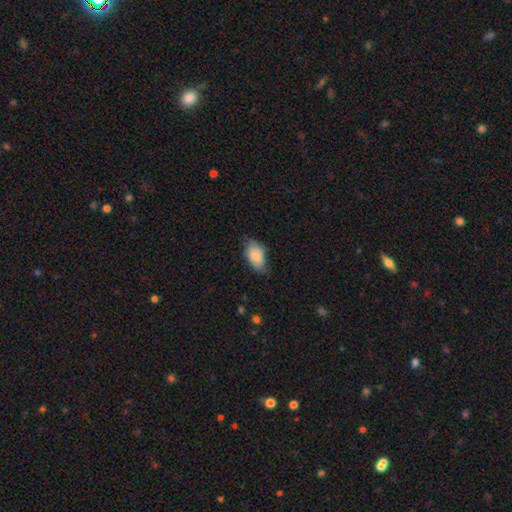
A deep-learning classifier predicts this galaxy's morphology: A smooth galaxy with no disk features (81%) that is in between round and cigar-shaped (92%). Merging: none (61%).